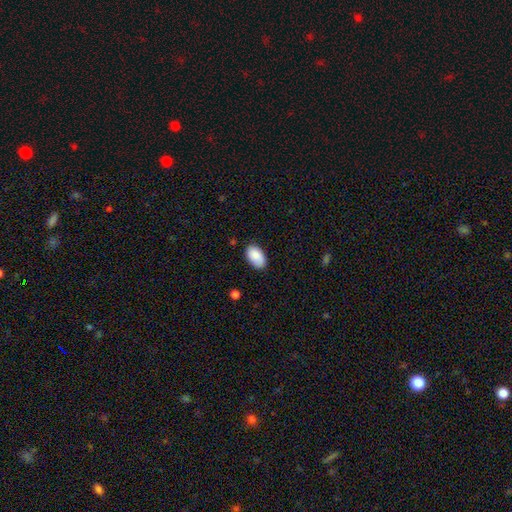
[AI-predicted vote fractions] Smooth or featured? Predicted: smooth (p=0.88). How rounded? Predicted: in between (p=0.94). Merging? Predicted: none (p=0.80).